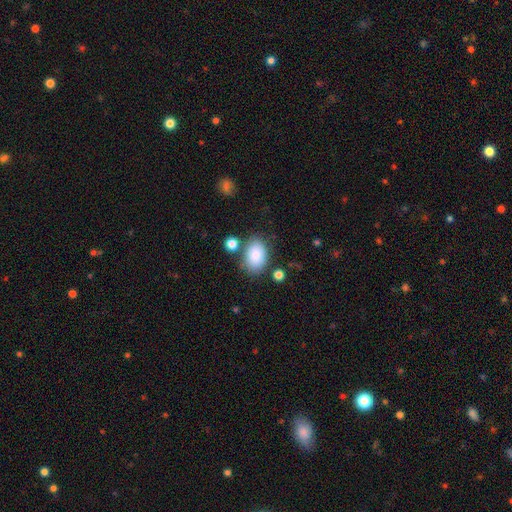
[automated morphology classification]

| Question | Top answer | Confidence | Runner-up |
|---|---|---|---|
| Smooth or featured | smooth | 84% | featured or disk (8%) |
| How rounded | in between | 85% | round (14%) |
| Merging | none | 73% | minor disturbance (15%) |